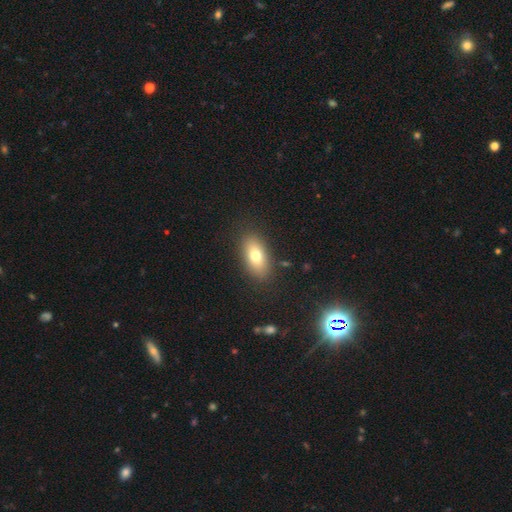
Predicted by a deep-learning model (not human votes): A smooth galaxy with no disk features (74%) that is in between round and cigar-shaped (87%). Merging: none (86%).